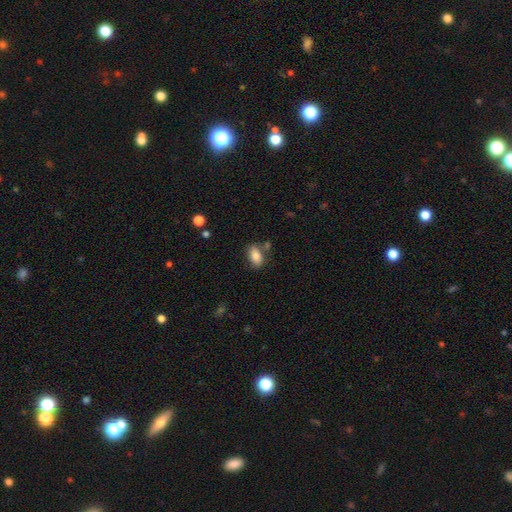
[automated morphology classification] A smooth galaxy with no disk features (83%) that is in between round and cigar-shaped (90%). Merging: none (74%).